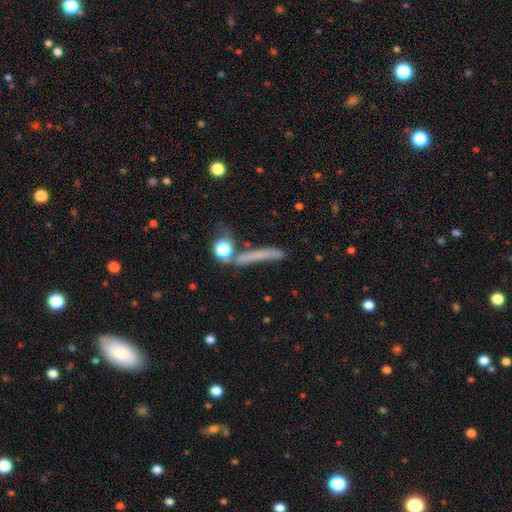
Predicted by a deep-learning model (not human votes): Q: Smooth or featured?
A: smooth (59%); runner-up: featured or disk (27%)
Q: How rounded?
A: cigar-shaped (80%); runner-up: round (11%)
Q: Merging?
A: none (65%); runner-up: minor disturbance (16%)